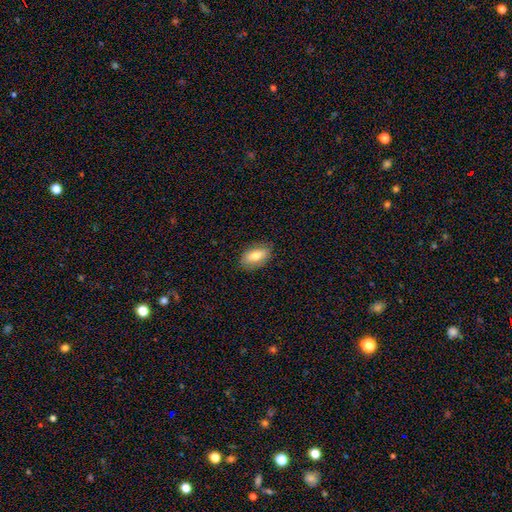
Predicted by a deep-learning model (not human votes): Overall: smooth (73%). How rounded: in between (89%). Merging: none (83%).